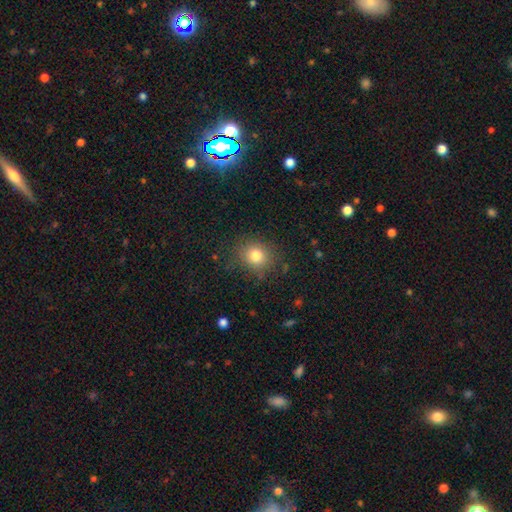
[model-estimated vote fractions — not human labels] The model was most divided on "how rounded": round: 79%, in between: 20%, cigar-shaped: 1%. More confident: merging — none (82%); smooth or featured — smooth (80%).